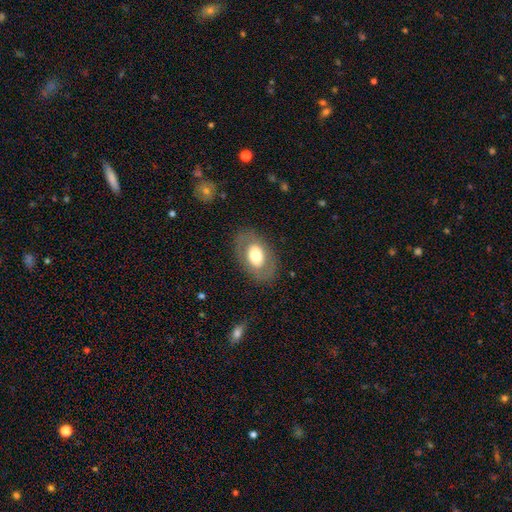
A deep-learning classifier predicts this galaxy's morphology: This is possibly a smooth galaxy (56%). How rounded: clearly in between (85%). Merging: clearly none (80%).